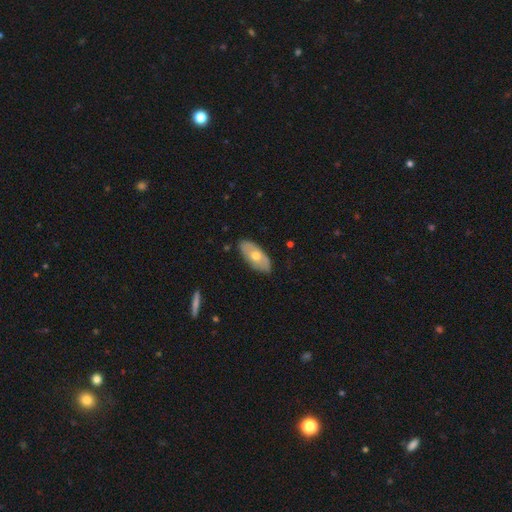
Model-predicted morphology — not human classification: Q: Smooth or featured?
A: smooth (52%); runner-up: featured or disk (43%)
Q: How rounded?
A: in between (89%); runner-up: cigar-shaped (7%)
Q: Merging?
A: none (83%); runner-up: minor disturbance (14%)